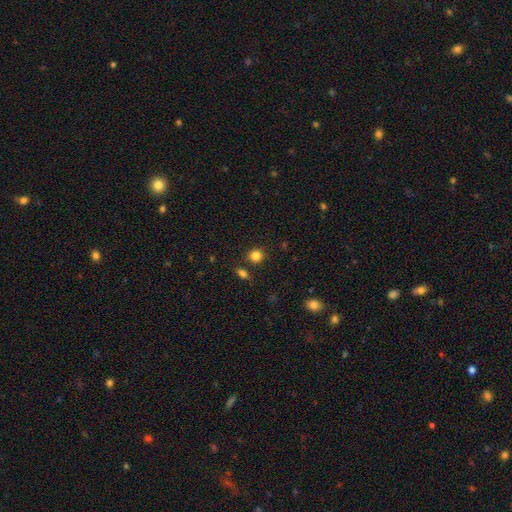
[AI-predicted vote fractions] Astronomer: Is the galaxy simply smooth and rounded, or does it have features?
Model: smooth — 84%.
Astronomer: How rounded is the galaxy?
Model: round — 87%.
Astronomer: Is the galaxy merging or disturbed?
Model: none — 83%.